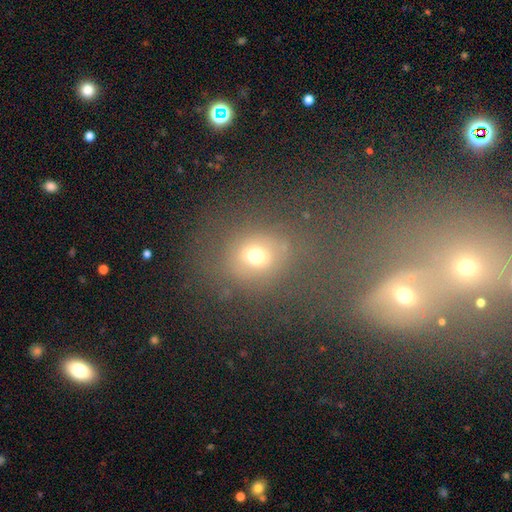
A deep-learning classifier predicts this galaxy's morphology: type=smooth (66%); roundness=round (65%); merging=none (57%).